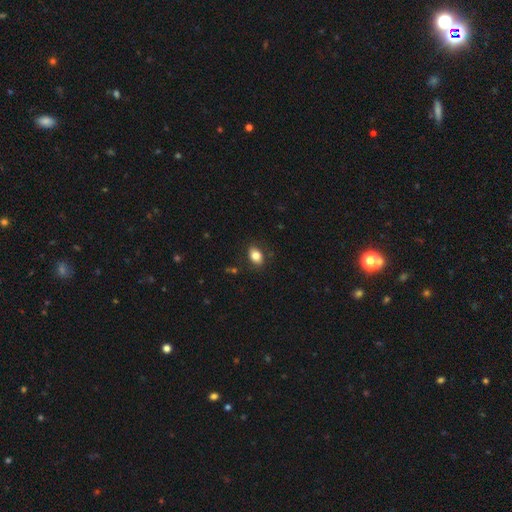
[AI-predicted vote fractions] Smooth or featured? Predicted: smooth (p=0.82). How rounded? Predicted: in between (p=0.79). Merging? Predicted: none (p=0.83).